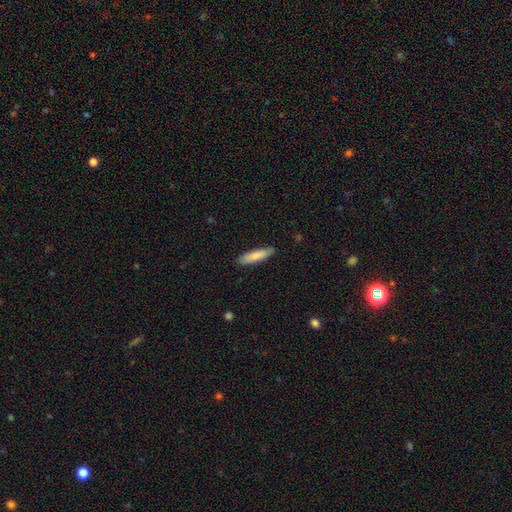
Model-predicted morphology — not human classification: A smooth galaxy with no disk features (81%) that is cigar-shaped (75%).

Vote fractions:
- Smooth or featured? smooth: 81% / featured or disk: 14% / star or artifact: 5%
- How rounded? cigar-shaped: 75% / in between: 24% / round: 1%
- Merging? none: 87% / minor disturbance: 10% / major disturbance: 2% / merger: 1%